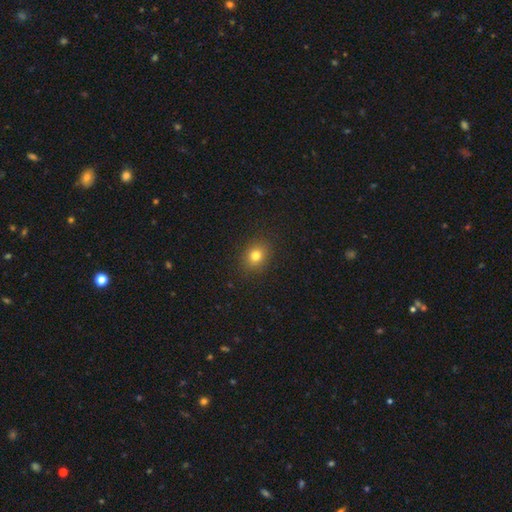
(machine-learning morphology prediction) Overall: smooth (78%). How rounded: round (67%; in between 32%). Merging: none (89%).